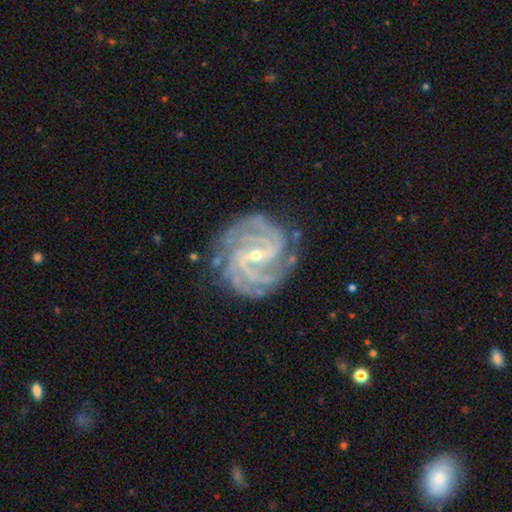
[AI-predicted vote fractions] This appears to be a featured or disk galaxy (93%) with a weak bar (45%), 3 (29%) tight (65%) spiral arms (99%) and a small central bulge (69%). Merging: none (78%).